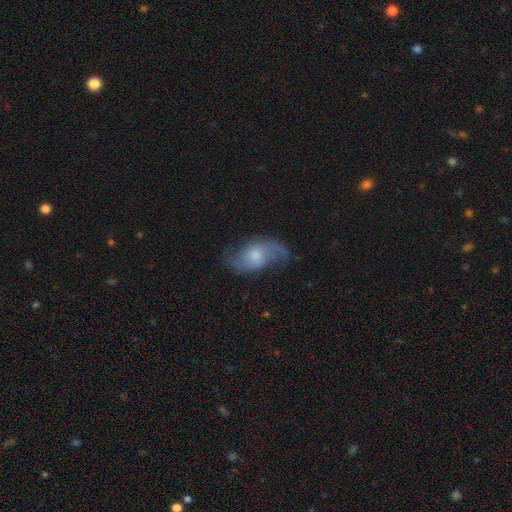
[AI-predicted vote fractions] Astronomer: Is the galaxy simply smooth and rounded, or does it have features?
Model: featured or disk — 74%.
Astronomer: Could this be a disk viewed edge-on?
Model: no — 96%.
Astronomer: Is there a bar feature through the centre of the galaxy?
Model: no — 63%.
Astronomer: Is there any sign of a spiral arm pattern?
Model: yes — 93%.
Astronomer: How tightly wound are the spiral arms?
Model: loose — 63%.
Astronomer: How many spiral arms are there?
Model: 2 — 89%.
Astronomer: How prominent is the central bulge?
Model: moderate — 46% (runner-up: small, 31%).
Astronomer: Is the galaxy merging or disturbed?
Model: none — 66%.